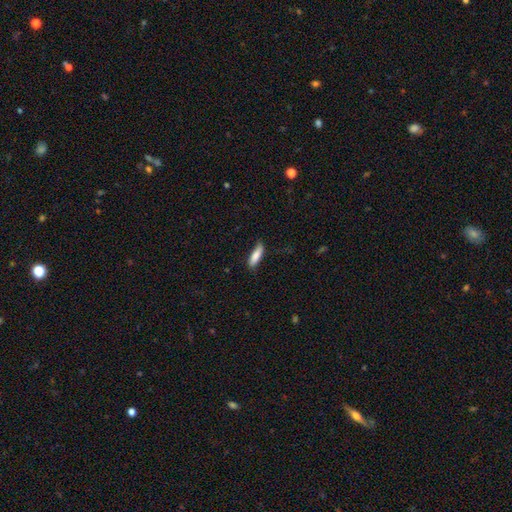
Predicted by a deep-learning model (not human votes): Q: Smooth or featured?
A: smooth (85%); runner-up: featured or disk (9%)
Q: How rounded?
A: cigar-shaped (55%); runner-up: in between (43%)
Q: Merging?
A: none (74%); runner-up: minor disturbance (20%)